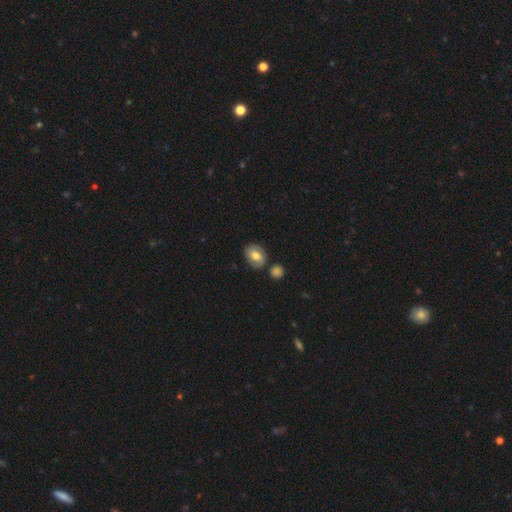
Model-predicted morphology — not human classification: smooth_or_featured: smooth (p=0.68) [alt: featured or disk p=0.24]
how_rounded: in between (p=0.60) [alt: round p=0.39]
merging: none (p=0.73) [alt: minor disturbance p=0.15]